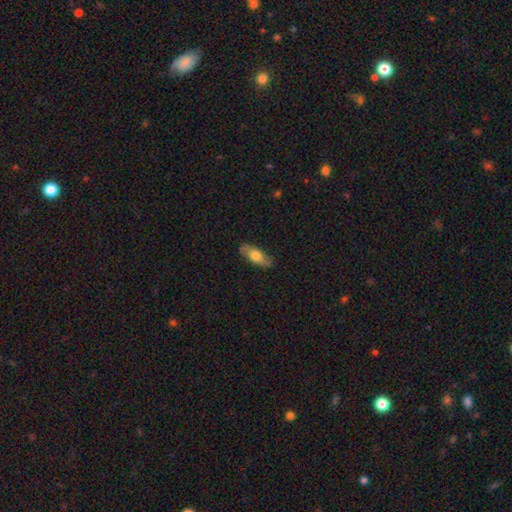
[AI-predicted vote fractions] Smooth or featured: smooth — 60% (featured or disk — 34%)
How rounded: in between — 75% (cigar-shaped — 21%)
Merging: none — 83% (minor disturbance — 13%)